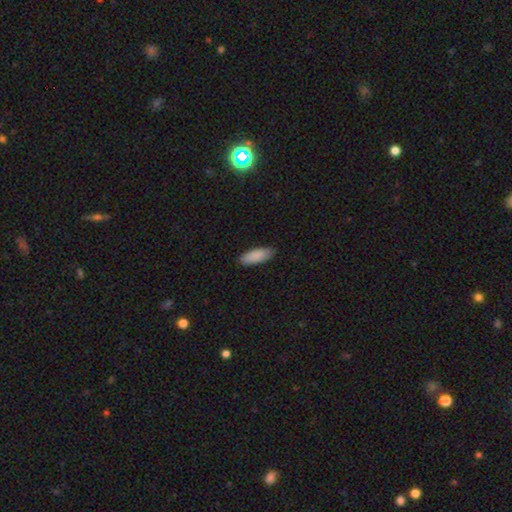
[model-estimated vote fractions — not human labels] smooth 89%, star or artifact 6%, featured or disk 5%. Down the decision tree: how rounded — in between (68%); merging — none (87%).